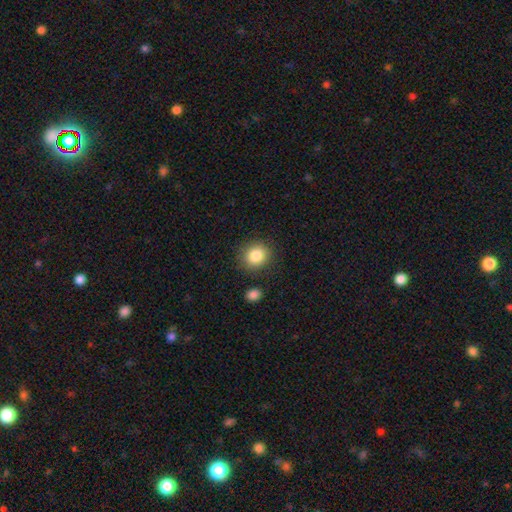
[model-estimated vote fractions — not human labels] A smooth galaxy with no disk features (85%) that is round (81%).

Vote fractions:
- Smooth or featured? smooth: 85% / star or artifact: 9% / featured or disk: 6%
- How rounded? round: 81% / in between: 18% / cigar-shaped: 1%
- Merging? none: 85% / minor disturbance: 9% / merger: 3% / major disturbance: 3%